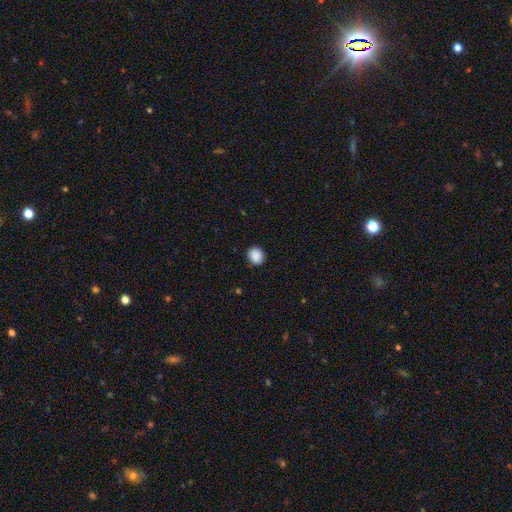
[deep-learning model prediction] smooth-or-featured: smooth: 89% | star or artifact: 8% | featured or disk: 3%
  how-rounded: round: 75% | in between: 24% | cigar-shaped: 1%
  merging: none: 88% | minor disturbance: 8% | major disturbance: 2% | merger: 1%